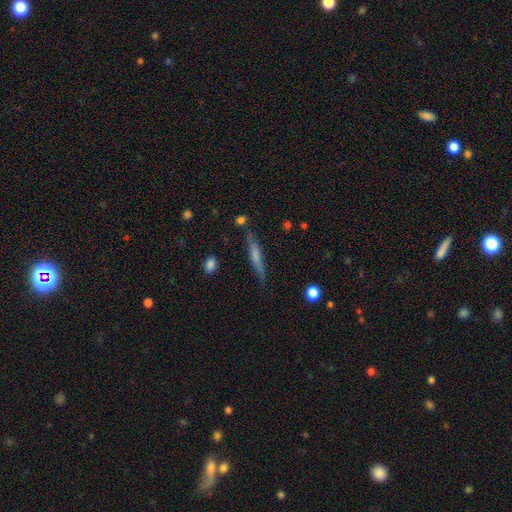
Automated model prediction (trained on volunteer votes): The model was most divided on "smooth or featured": smooth: 48%, featured or disk: 43%, star or artifact: 8%. More confident: merging — none (74%).